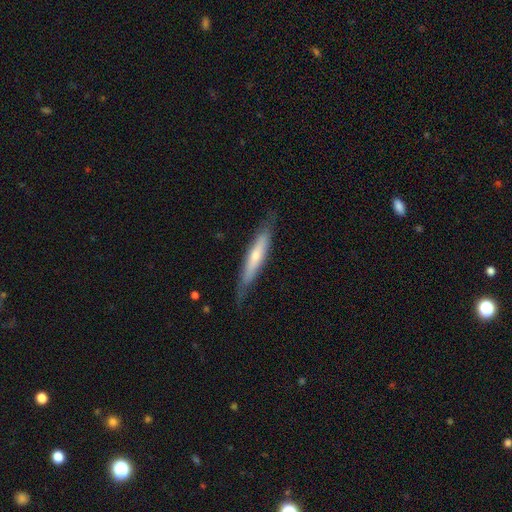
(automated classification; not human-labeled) Smooth or featured? Predicted: smooth (p=0.51). How rounded? Predicted: cigar-shaped (p=0.89). Merging? Predicted: none (p=0.76).